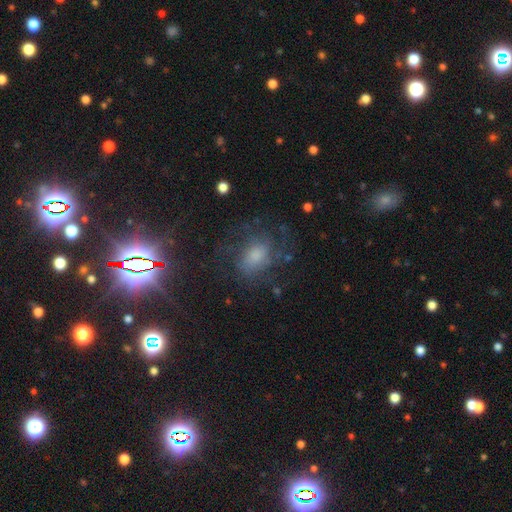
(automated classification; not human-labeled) Q: Smooth or featured?
A: featured or disk (45%); runner-up: smooth (36%)
Q: Merging?
A: none (60%); runner-up: minor disturbance (19%)